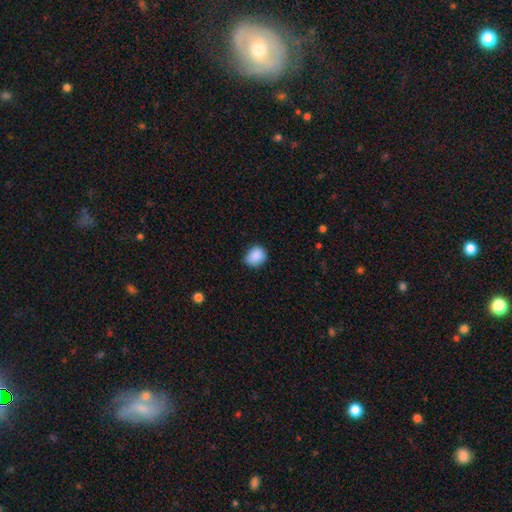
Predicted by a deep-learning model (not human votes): smooth_or_featured: smooth (p=0.89) [alt: star or artifact p=0.08]
how_rounded: round (p=0.56) [alt: in between p=0.44]
merging: none (p=0.74) [alt: minor disturbance p=0.21]